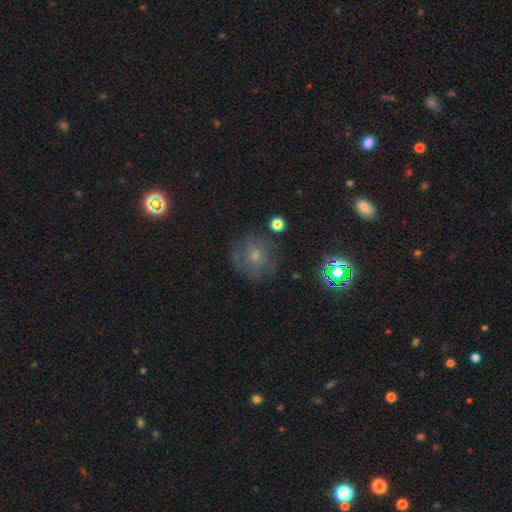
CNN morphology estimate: A smooth galaxy with no disk features (43%). Merging: none (70%).